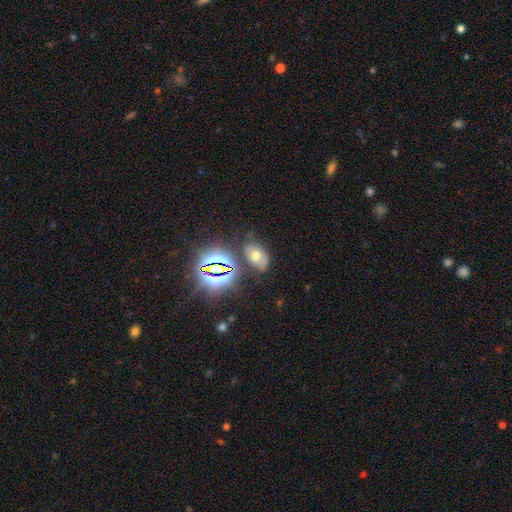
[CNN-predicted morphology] smooth_or_featured: smooth (p=0.46) [alt: star or artifact p=0.28]
merging: none (p=0.68) [alt: minor disturbance p=0.19]